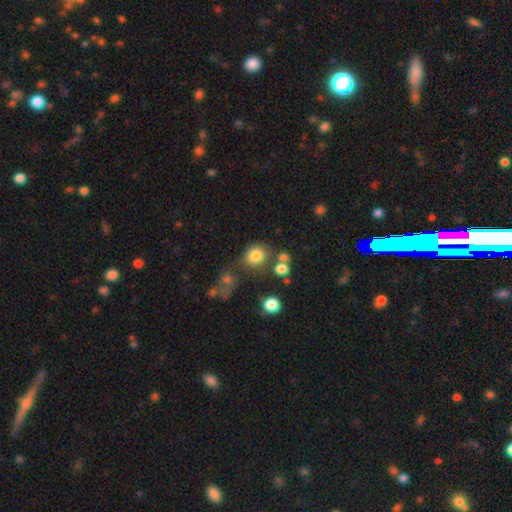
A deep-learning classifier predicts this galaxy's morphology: Smooth or featured?
  - smooth: 80% *
  - star or artifact: 12%
  - featured or disk: 7%
How rounded?
  - round: 78% *
  - in between: 21%
  - cigar-shaped: 1%
Merging?
  - none: 58% *
  - merger: 19%
  - minor disturbance: 14%
  - major disturbance: 9%